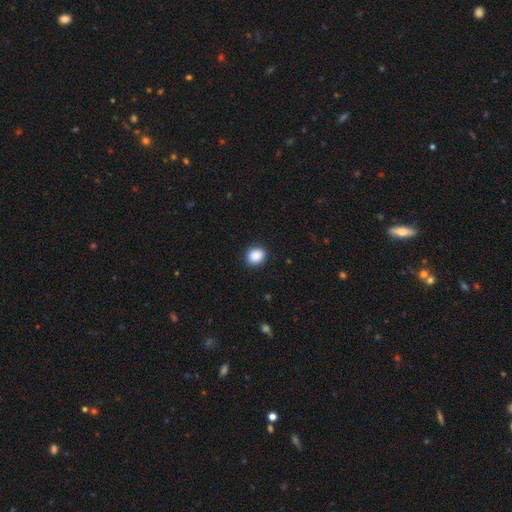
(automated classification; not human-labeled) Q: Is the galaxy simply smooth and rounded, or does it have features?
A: smooth — 89%.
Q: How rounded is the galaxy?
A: round — 69%.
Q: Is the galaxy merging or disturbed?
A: none — 88%.